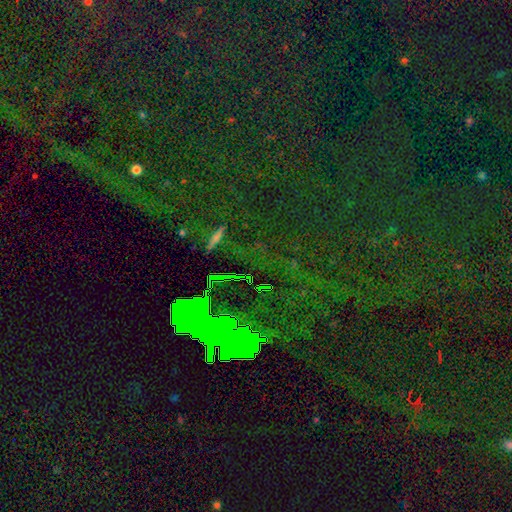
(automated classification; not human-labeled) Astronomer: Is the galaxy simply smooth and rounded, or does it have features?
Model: star or artifact — 80%.